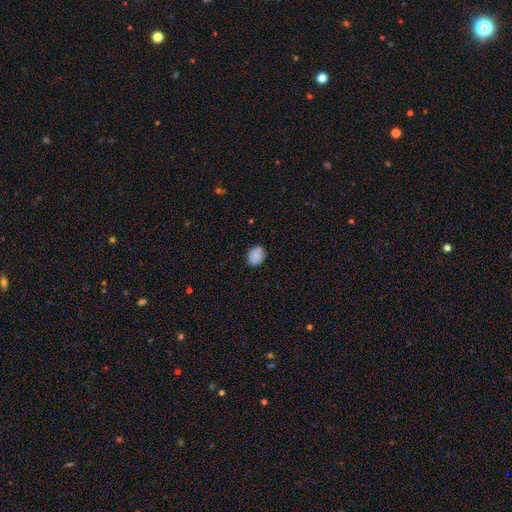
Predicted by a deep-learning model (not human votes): Smooth or featured? Predicted: smooth (p=0.85). How rounded? Predicted: round (p=0.55). Merging? Predicted: none (p=0.83).